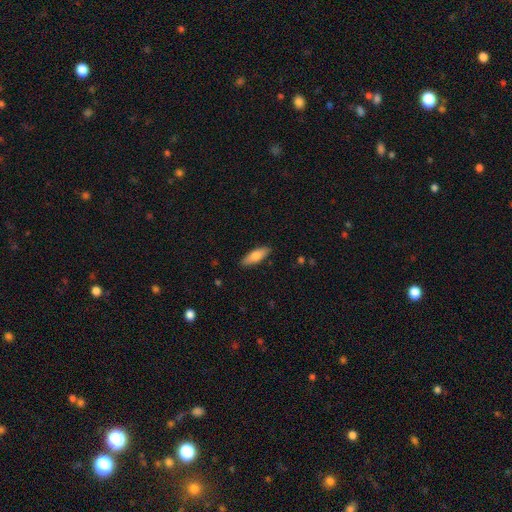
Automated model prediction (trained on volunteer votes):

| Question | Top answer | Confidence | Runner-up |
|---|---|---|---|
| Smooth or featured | smooth | 76% | featured or disk (18%) |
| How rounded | in between | 61% | cigar-shaped (37%) |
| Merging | none | 88% | minor disturbance (9%) |